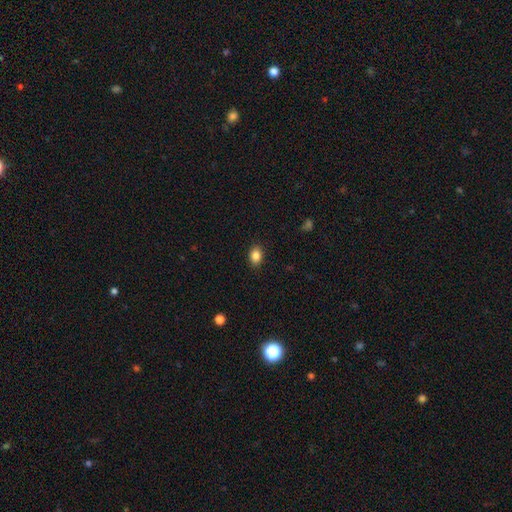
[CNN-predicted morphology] The model was most divided on "how rounded": in between: 74%, round: 25%, cigar-shaped: 1%. More confident: merging — none (89%); smooth or featured — smooth (86%).